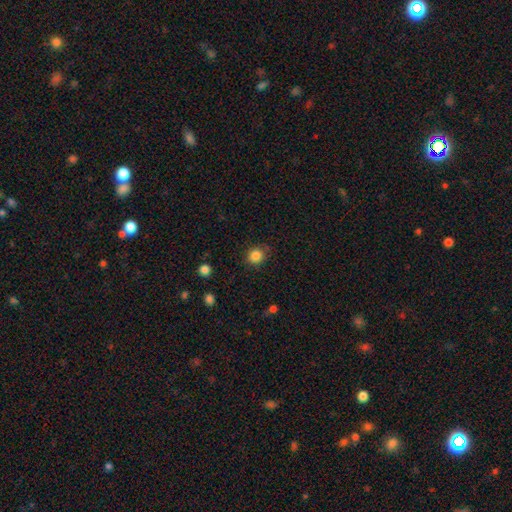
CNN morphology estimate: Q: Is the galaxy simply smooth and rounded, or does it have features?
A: smooth — 84%.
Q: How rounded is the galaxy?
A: round — 86%.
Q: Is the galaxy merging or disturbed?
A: none — 84%.